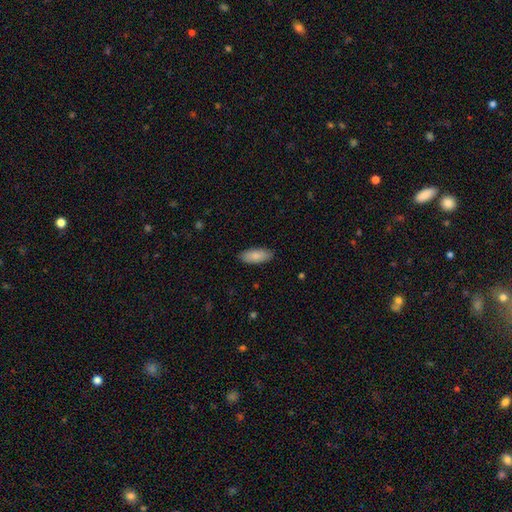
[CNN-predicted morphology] smooth-or-featured: smooth: 87% | featured or disk: 7% | star or artifact: 5%
  how-rounded: in between: 85% | cigar-shaped: 14% | round: 2%
  merging: none: 88% | minor disturbance: 9% | major disturbance: 2% | merger: 1%